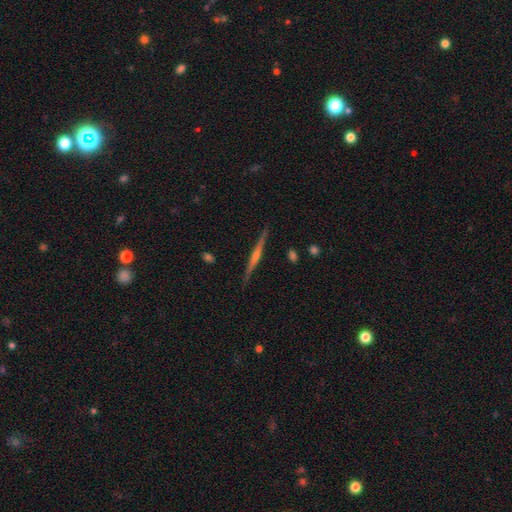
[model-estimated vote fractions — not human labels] A featured or disk galaxy (78%) viewed edge-on (98%) with a rounded central bulge (78%).

Vote fractions:
- Smooth or featured? featured or disk: 78% / smooth: 15% / star or artifact: 7%
- Edge-on disk? yes: 98% / no: 2%
- Edge-on bulge? rounded: 78% / none: 13% / boxy: 9%
- Merging? none: 90% / minor disturbance: 7% / major disturbance: 2% / merger: 1%